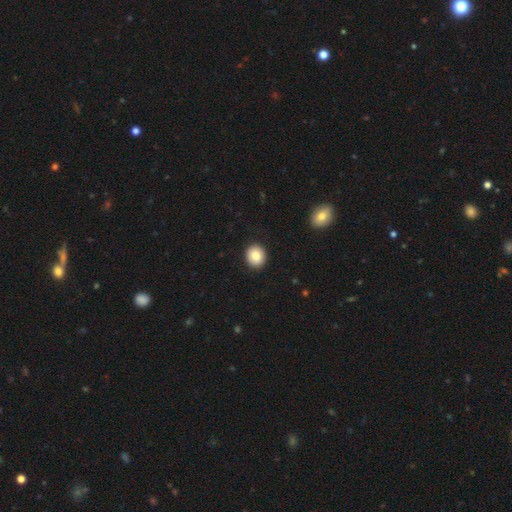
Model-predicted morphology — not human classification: type=smooth (82%); roundness=round (80%); merging=none (92%).